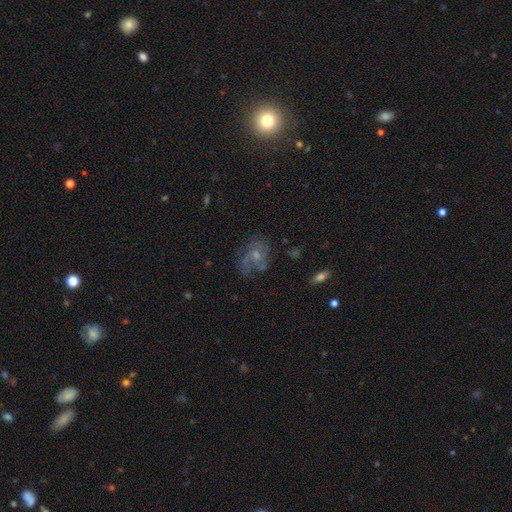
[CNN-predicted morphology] Overall: featured or disk (65%). Edge-on disk: no (97%). Bar: no (66%; weak 30%). Spiral arms: yes (75%). Bulge size: small (53%; moderate 34%). Merging: none (53%; minor disturbance 22%).